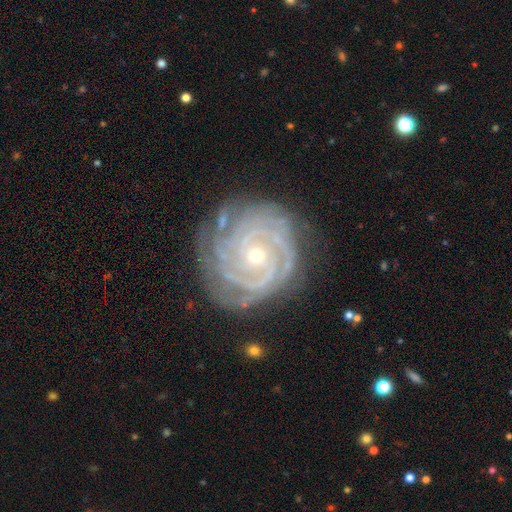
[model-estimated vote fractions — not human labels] featured or disk 90%, star or artifact 6%, smooth 4%. Down the decision tree: edge-on disk — no (97%); bar — no (72%); spiral arms — yes (98%); spiral arm count — 3 (28%); spiral winding — tight (86%); bulge size — small (55%); merging — none (76%).